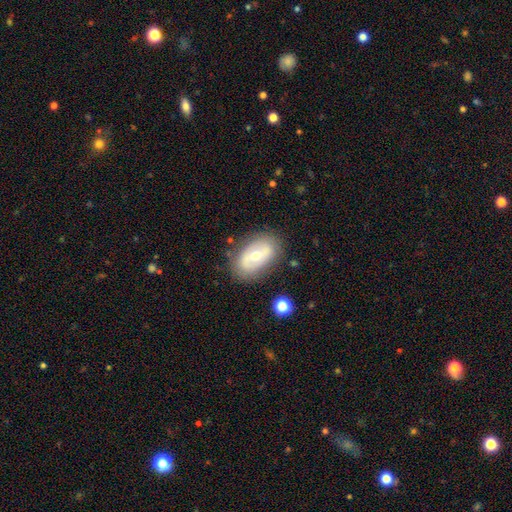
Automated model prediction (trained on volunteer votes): smooth_or_featured: featured or disk (p=0.56) [alt: smooth p=0.37]
disk_edge_on: no (p=0.91) [alt: yes p=0.09]
bar: no (p=0.54) [alt: weak p=0.29]
has_spiral_arms: no (p=0.63) [alt: yes p=0.37]
bulge_size: moderate (p=0.56) [alt: small p=0.40]
merging: none (p=0.76) [alt: minor disturbance p=0.16]